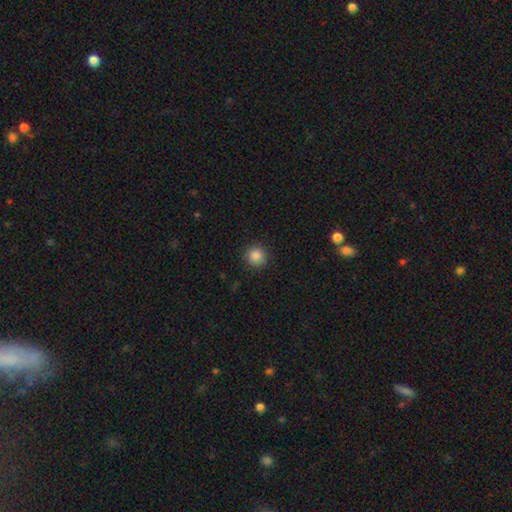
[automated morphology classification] A smooth galaxy with no disk features (87%) that is round (94%). Merging: none (91%).